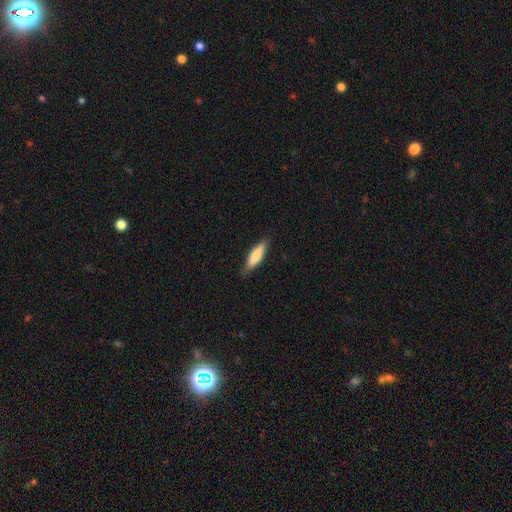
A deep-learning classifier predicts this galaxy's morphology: Overall: smooth (79%). How rounded: cigar-shaped (67%; in between 32%). Merging: none (84%).